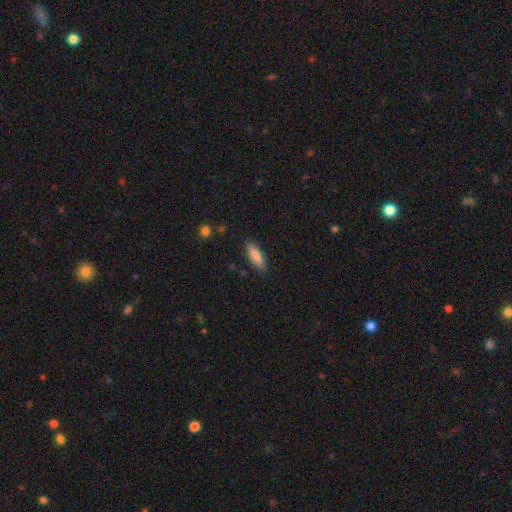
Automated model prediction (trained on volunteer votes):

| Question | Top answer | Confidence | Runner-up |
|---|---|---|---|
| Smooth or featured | smooth | 85% | featured or disk (9%) |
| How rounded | in between | 56% | cigar-shaped (43%) |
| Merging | none | 86% | minor disturbance (10%) |